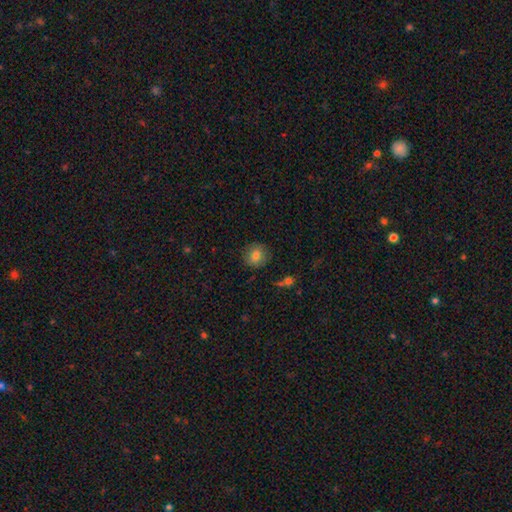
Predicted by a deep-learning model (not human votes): Smooth or featured: smooth — 80% (featured or disk — 11%)
How rounded: round — 88% (in between — 11%)
Merging: none — 85% (minor disturbance — 10%)